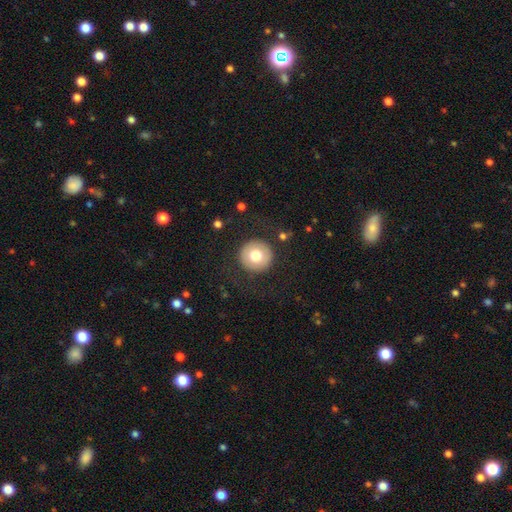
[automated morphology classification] A smooth galaxy with no disk features (73%) that is round (96%).

Vote fractions:
- Smooth or featured? smooth: 73% / featured or disk: 19% / star or artifact: 8%
- How rounded? round: 96% / in between: 3% / cigar-shaped: 1%
- Merging? none: 88% / minor disturbance: 7% / major disturbance: 4% / merger: 1%